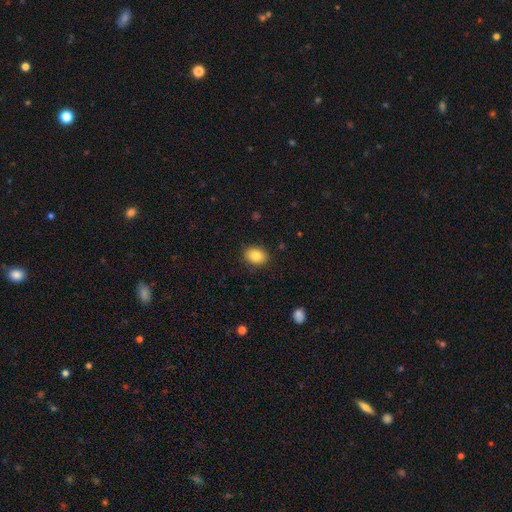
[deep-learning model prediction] Smooth or featured: smooth — 85% (star or artifact — 8%)
How rounded: in between — 66% (round — 33%)
Merging: none — 87% (minor disturbance — 10%)